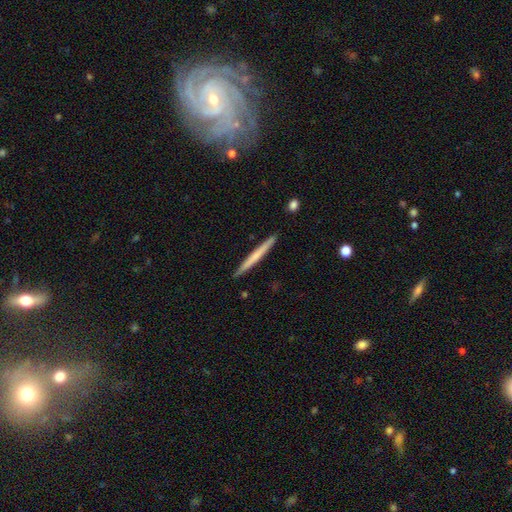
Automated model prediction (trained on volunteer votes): Smooth or featured: smooth — 55% (featured or disk — 40%)
How rounded: cigar-shaped — 97% (in between — 2%)
Merging: none — 92% (minor disturbance — 6%)